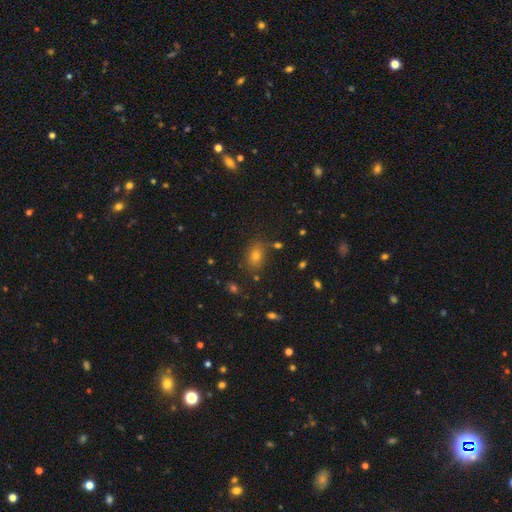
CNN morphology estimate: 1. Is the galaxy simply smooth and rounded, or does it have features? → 70% smooth, 21% star or artifact, 9% featured or disk.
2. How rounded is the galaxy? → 71% in between, 27% round, 2% cigar-shaped.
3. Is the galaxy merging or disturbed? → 82% none, 11% minor disturbance, 4% merger, 3% major disturbance.